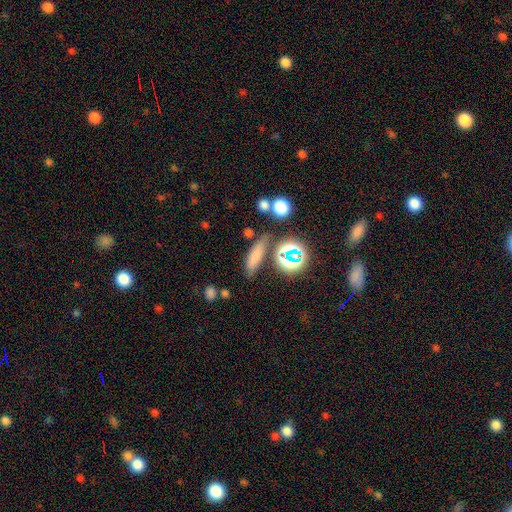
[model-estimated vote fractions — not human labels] The model was most divided on "how rounded": cigar-shaped: 63%, in between: 29%, round: 8%. More confident: merging — none (76%); smooth or featured — smooth (70%).